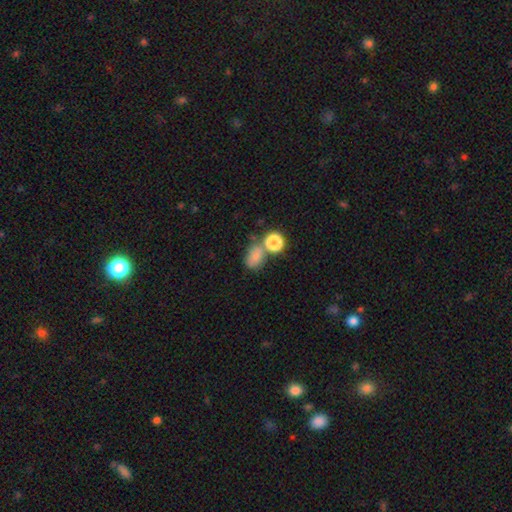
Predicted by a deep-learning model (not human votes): A smooth galaxy with no disk features (79%) that is in between round and cigar-shaped (68%).

Vote fractions:
- Smooth or featured? smooth: 79% / star or artifact: 12% / featured or disk: 8%
- How rounded? in between: 68% / round: 30% / cigar-shaped: 2%
- Merging? none: 43% / merger: 36% / minor disturbance: 14% / major disturbance: 7%